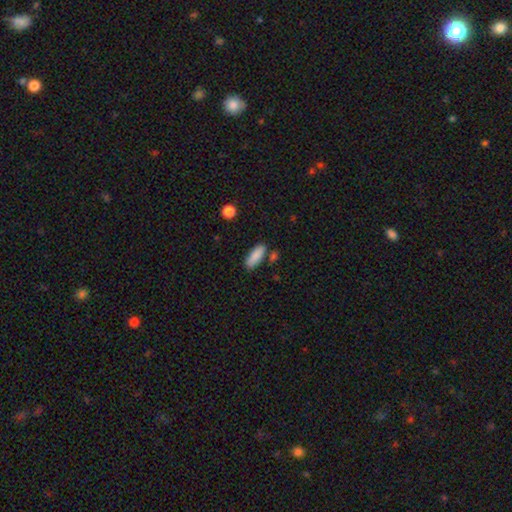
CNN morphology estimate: smooth-or-featured: smooth: 88% | star or artifact: 6% | featured or disk: 5%
  how-rounded: in between: 66% | cigar-shaped: 32% | round: 2%
  merging: none: 80% | minor disturbance: 12% | merger: 6% | major disturbance: 3%